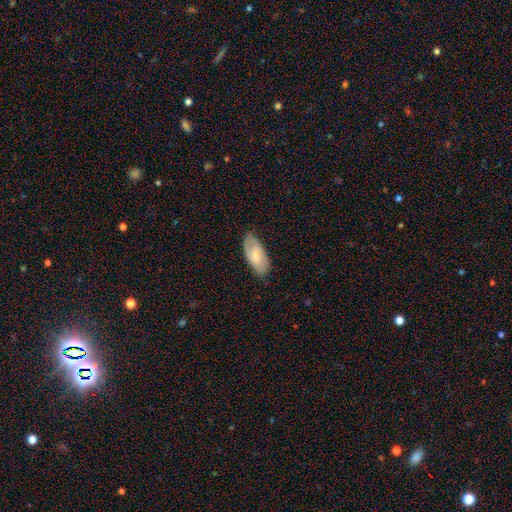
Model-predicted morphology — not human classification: A smooth galaxy with no disk features (60%) that is in between round and cigar-shaped (91%).

Vote fractions:
- Smooth or featured? smooth: 60% / featured or disk: 34% / star or artifact: 6%
- How rounded? in between: 91% / cigar-shaped: 7% / round: 2%
- Merging? none: 79% / minor disturbance: 17% / major disturbance: 3% / merger: 1%